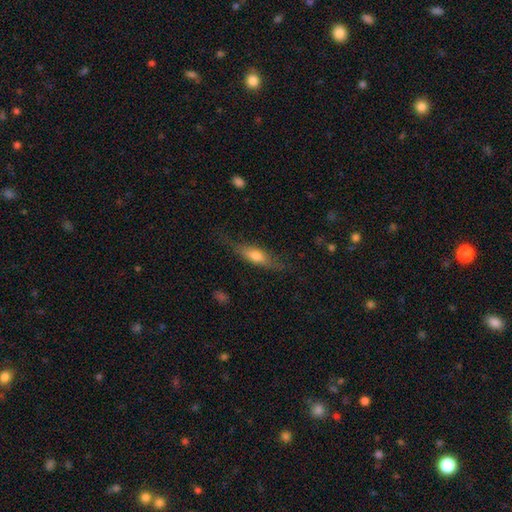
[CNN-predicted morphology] type=smooth (49%); merging=none (71%).